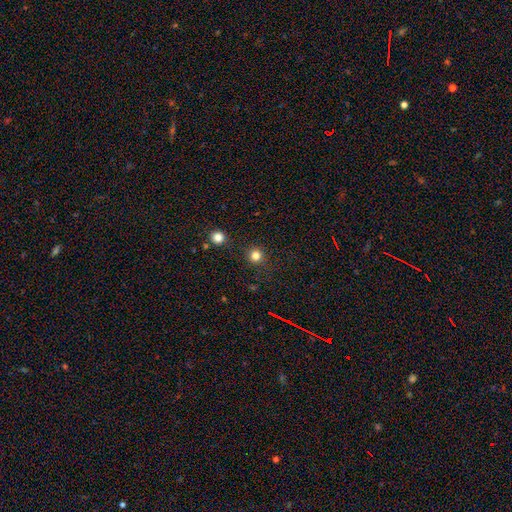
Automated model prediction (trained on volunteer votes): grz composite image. It shows a smooth galaxy with no disk features (80%) that is round (94%). Merging: none (89%).